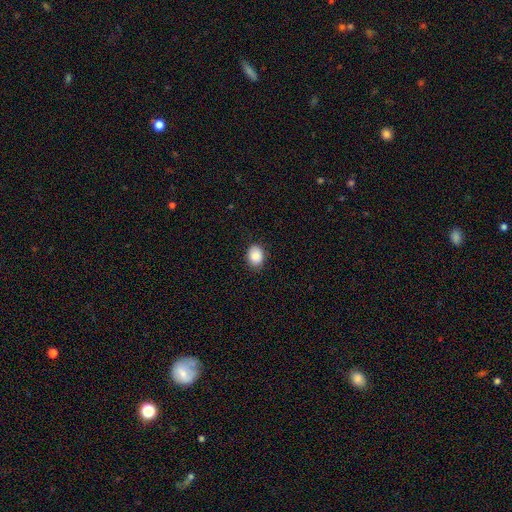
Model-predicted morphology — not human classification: Smooth or featured: smooth — 87% (star or artifact — 8%)
How rounded: in between — 60% (round — 39%)
Merging: none — 85% (minor disturbance — 11%)